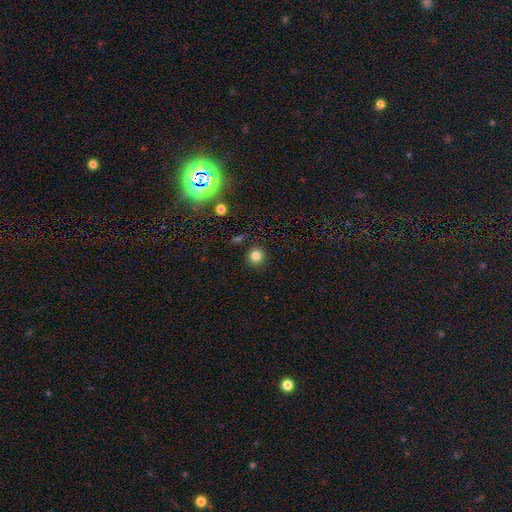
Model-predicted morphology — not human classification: Q: Smooth or featured?
A: smooth (81%); runner-up: star or artifact (13%)
Q: How rounded?
A: round (91%); runner-up: in between (8%)
Q: Merging?
A: none (89%); runner-up: minor disturbance (6%)